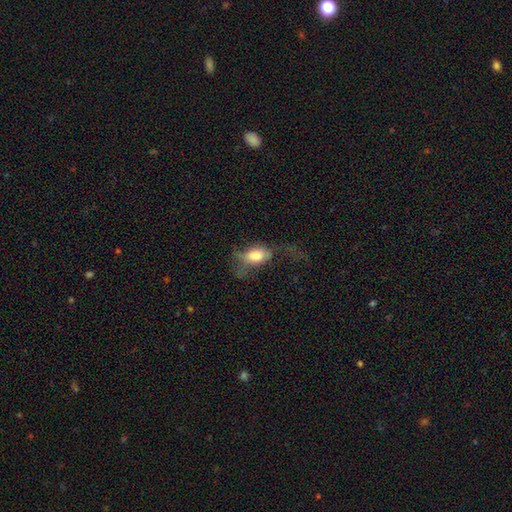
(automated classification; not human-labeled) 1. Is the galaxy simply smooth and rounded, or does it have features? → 68% smooth, 23% featured or disk, 9% star or artifact.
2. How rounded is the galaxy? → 83% in between, 13% round, 4% cigar-shaped.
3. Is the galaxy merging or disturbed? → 51% major disturbance, 23% none, 22% minor disturbance, 3% merger.